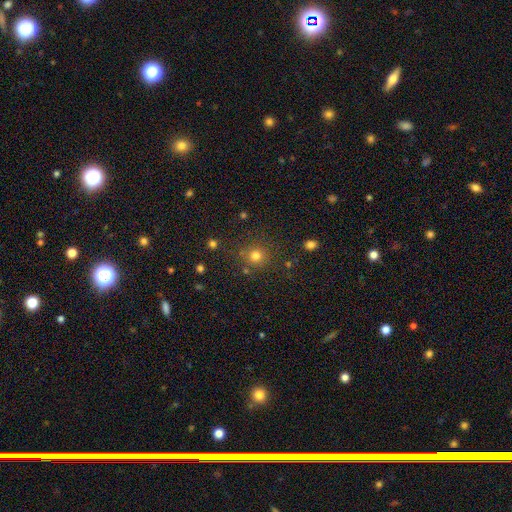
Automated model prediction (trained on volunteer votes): Overall: smooth (77%). How rounded: round (91%). Merging: none (81%).